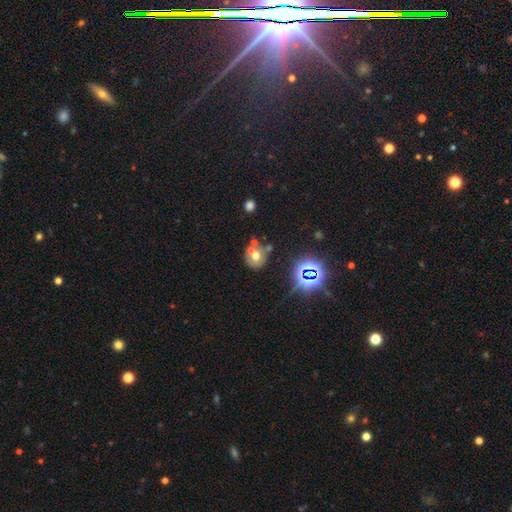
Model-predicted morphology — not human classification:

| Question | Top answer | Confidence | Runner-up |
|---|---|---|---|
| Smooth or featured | smooth | 54% | featured or disk (25%) |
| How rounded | round | 80% | in between (19%) |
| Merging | none | 46% | merger (37%) |